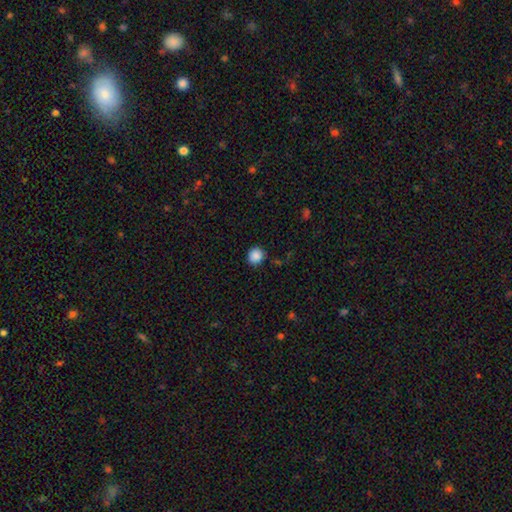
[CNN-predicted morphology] A smooth galaxy with no disk features (88%) that is round (87%).

Vote fractions:
- Smooth or featured? smooth: 88% / star or artifact: 9% / featured or disk: 3%
- How rounded? round: 87% / in between: 12% / cigar-shaped: 1%
- Merging? none: 86% / minor disturbance: 10% / major disturbance: 2% / merger: 2%